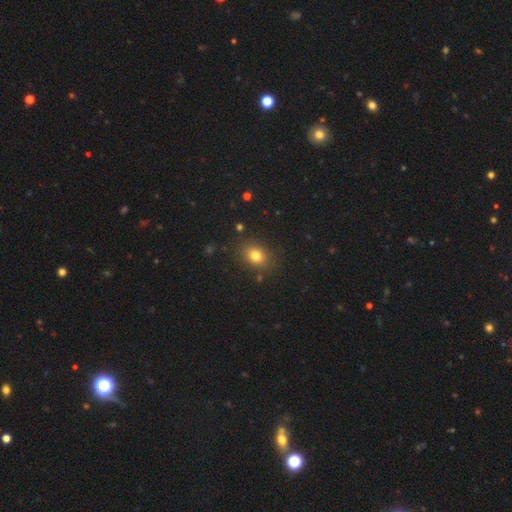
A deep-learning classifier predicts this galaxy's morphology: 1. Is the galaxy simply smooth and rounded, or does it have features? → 78% smooth, 14% star or artifact, 9% featured or disk.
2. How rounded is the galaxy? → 59% in between, 40% round, 1% cigar-shaped.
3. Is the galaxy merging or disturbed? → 84% none, 11% minor disturbance, 3% major disturbance, 2% merger.